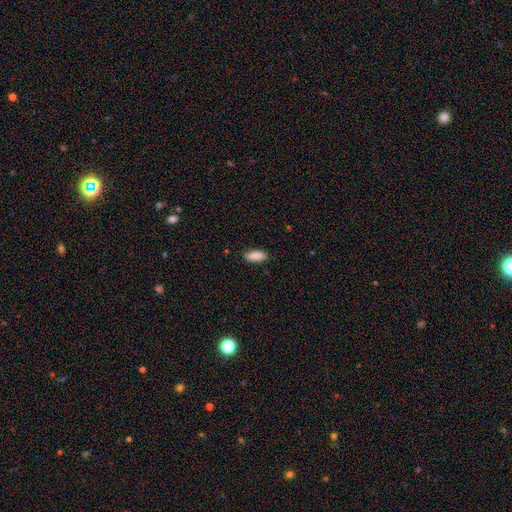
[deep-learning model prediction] Smooth or featured? smooth (89%)
How rounded? in between (79%)
Merging? none (87%)